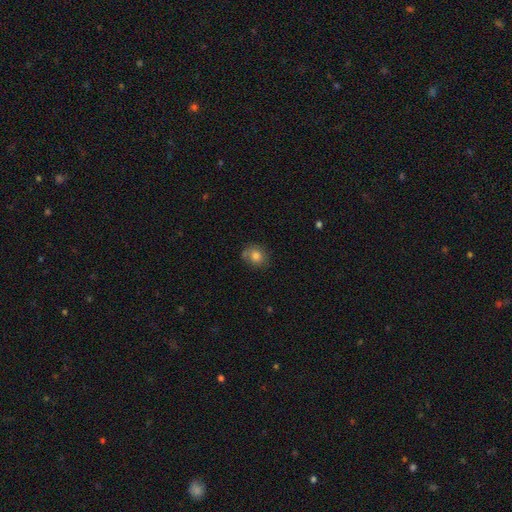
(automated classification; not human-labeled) Morphology: type=smooth (79%); roundness=round (70%); merging=none (67%).